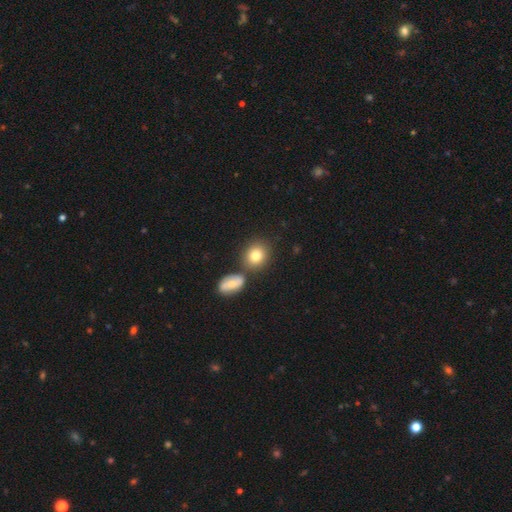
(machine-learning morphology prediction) smooth 80%, featured or disk 11%, star or artifact 10%. Down the decision tree: how rounded — round (68%); merging — none (68%).